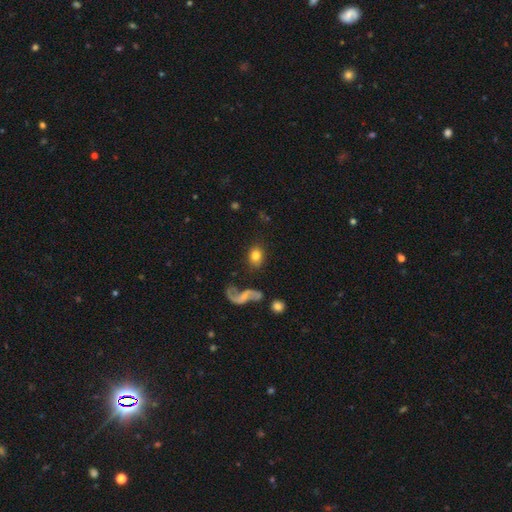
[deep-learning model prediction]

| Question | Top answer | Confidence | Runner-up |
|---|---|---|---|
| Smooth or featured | smooth | 73% | featured or disk (18%) |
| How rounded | in between | 62% | round (36%) |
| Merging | none | 76% | minor disturbance (14%) |